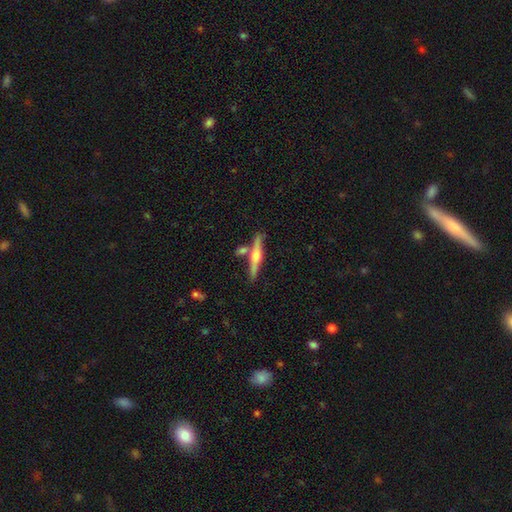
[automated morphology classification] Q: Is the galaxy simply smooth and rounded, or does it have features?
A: featured or disk — 69%.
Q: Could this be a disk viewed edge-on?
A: yes — 97%.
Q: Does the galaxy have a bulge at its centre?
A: rounded — 90%.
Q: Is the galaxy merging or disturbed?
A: none — 77%.